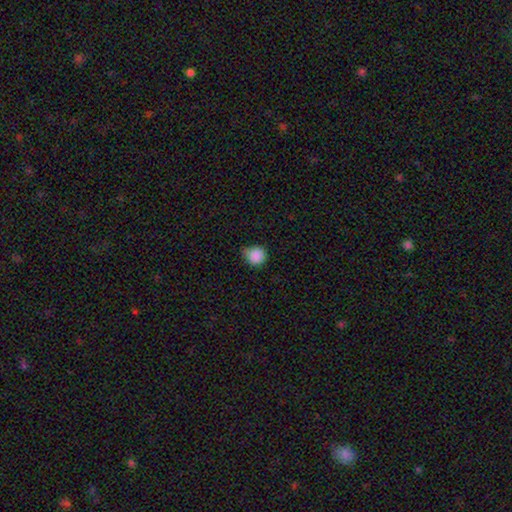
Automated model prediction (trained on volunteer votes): Smooth or featured? Predicted: smooth (p=0.87). How rounded? Predicted: round (p=0.89). Merging? Predicted: none (p=0.63).